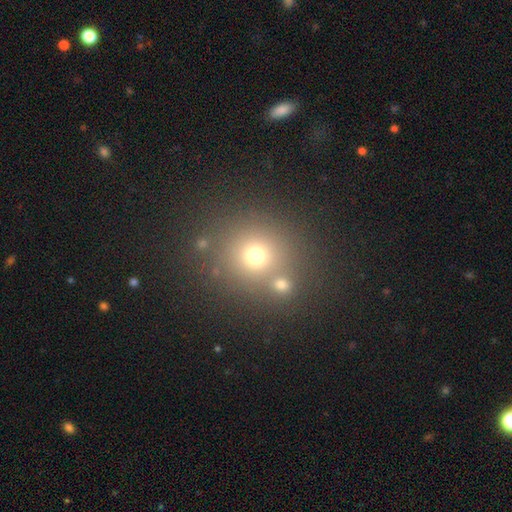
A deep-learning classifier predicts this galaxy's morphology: Overall: smooth (69%). How rounded: round (88%). Merging: none (66%).